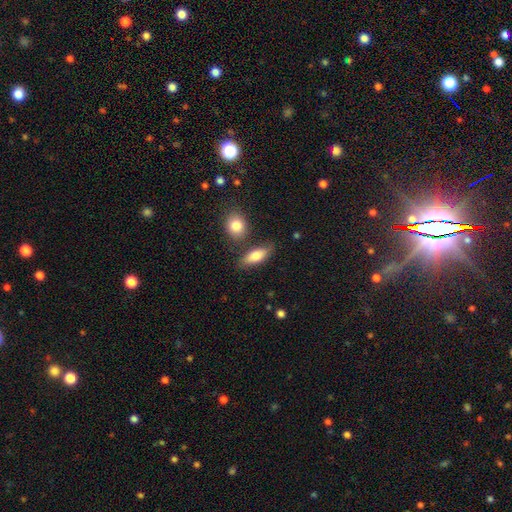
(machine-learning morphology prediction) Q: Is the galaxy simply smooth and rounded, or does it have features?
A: smooth — 78%.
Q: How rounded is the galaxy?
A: in between — 77%.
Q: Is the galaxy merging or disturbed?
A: none — 70%.